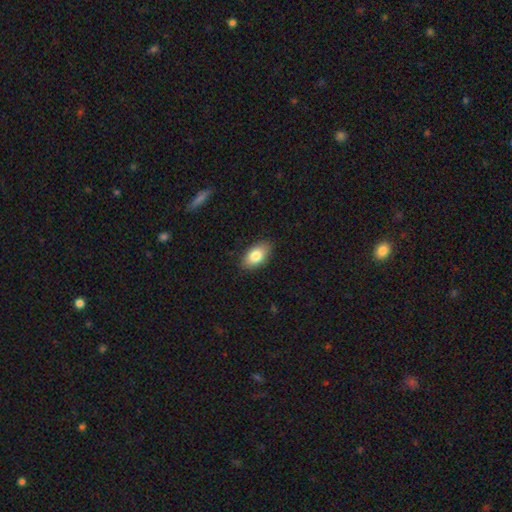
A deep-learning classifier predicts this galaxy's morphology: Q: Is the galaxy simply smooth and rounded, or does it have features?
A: smooth — 82%.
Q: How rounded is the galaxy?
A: in between — 92%.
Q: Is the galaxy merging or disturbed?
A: none — 87%.